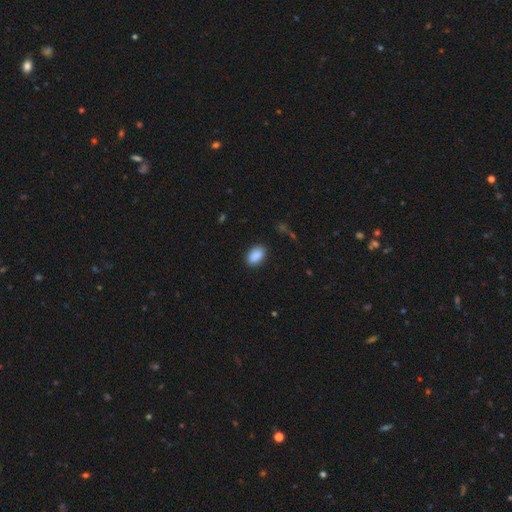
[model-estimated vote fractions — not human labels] Smooth or featured: smooth — 90% (star or artifact — 7%)
How rounded: in between — 92% (round — 7%)
Merging: none — 88% (minor disturbance — 8%)